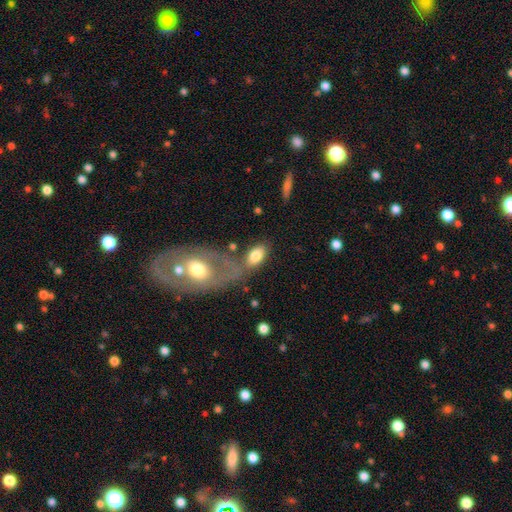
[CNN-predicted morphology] This is likely a smooth galaxy (78%). How rounded: clearly in between (91%). Merging: possibly none (51%).